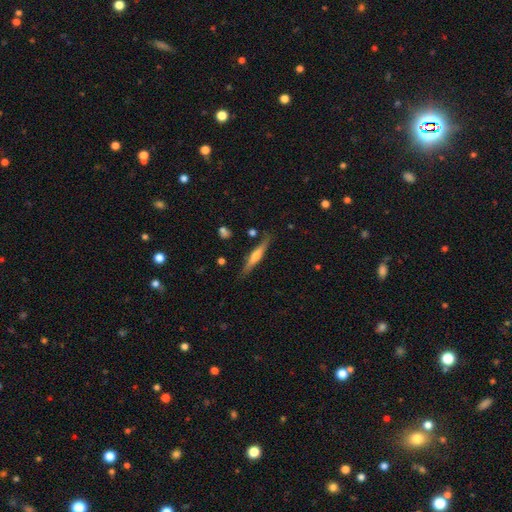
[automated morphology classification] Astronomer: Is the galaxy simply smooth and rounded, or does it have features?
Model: featured or disk — 59% (runner-up: smooth, 35%).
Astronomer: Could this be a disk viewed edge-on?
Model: yes — 96%.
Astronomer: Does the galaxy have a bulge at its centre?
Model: rounded — 78%.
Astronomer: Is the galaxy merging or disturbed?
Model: none — 84%.